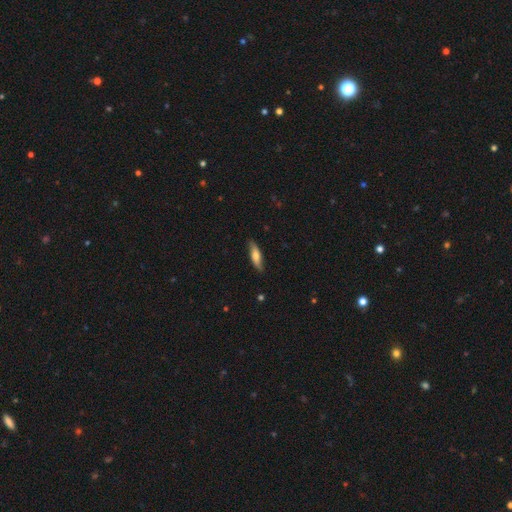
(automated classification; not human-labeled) smooth-or-featured: smooth: 60% | featured or disk: 34% | star or artifact: 6%
  how-rounded: cigar-shaped: 64% | in between: 34% | round: 2%
  merging: none: 84% | minor disturbance: 13% | major disturbance: 2% | merger: 1%